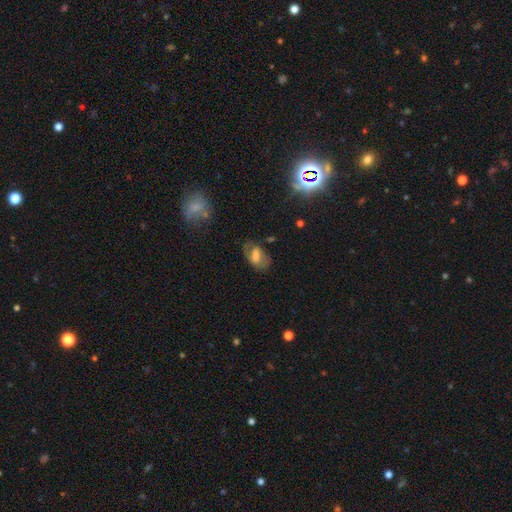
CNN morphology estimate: Smooth or featured: smooth — 53% (featured or disk — 36%)
How rounded: in between — 88% (round — 8%)
Merging: none — 61% (minor disturbance — 23%)